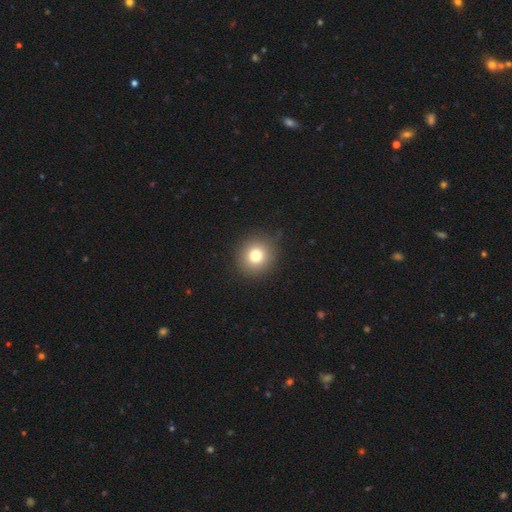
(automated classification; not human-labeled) The model was most divided on "smooth or featured": smooth: 78%, star or artifact: 12%, featured or disk: 10%. More confident: how rounded — round (90%); merging — none (89%).